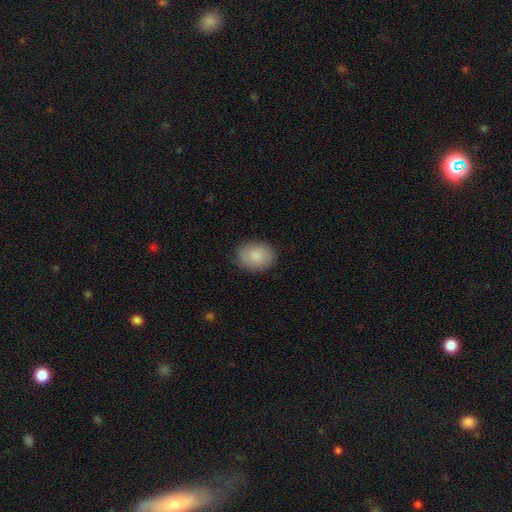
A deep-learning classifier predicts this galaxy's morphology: smooth_or_featured: smooth (p=0.88) [alt: star or artifact p=0.06]
how_rounded: in between (p=0.63) [alt: round p=0.36]
merging: none (p=0.85) [alt: minor disturbance p=0.11]